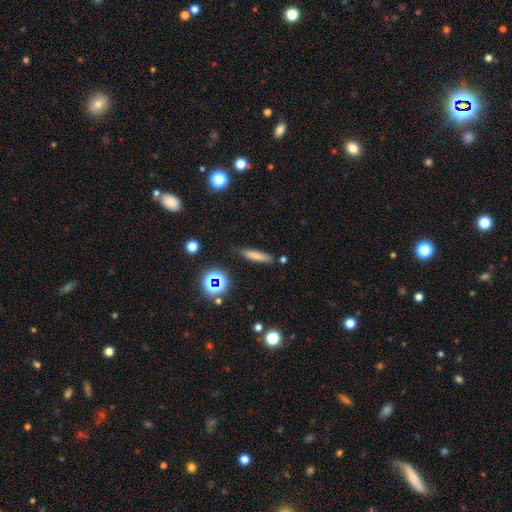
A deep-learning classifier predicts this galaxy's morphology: A smooth galaxy with no disk features (70%) that is cigar-shaped (81%). Merging: none (81%).